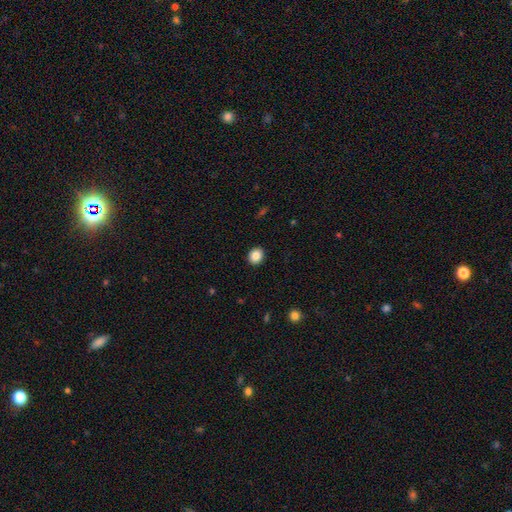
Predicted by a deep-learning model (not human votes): Smooth or featured? Predicted: smooth (p=0.87). How rounded? Predicted: round (p=0.69). Merging? Predicted: none (p=0.92).